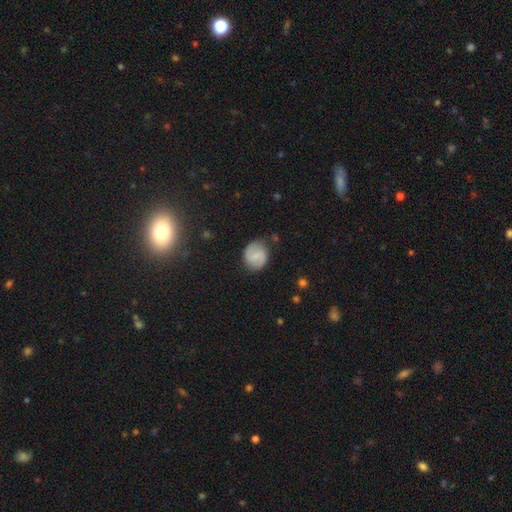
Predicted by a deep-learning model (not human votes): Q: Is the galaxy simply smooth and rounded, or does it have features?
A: featured or disk — 47%.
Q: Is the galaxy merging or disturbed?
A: none — 75%.